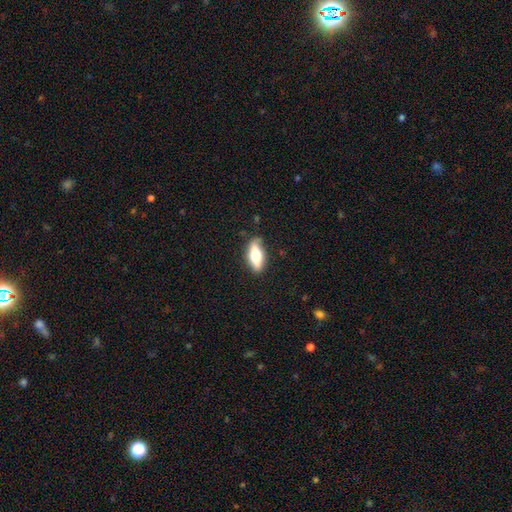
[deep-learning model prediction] A smooth galaxy with no disk features (64%) that is in between round and cigar-shaped (71%). Merging: none (78%).